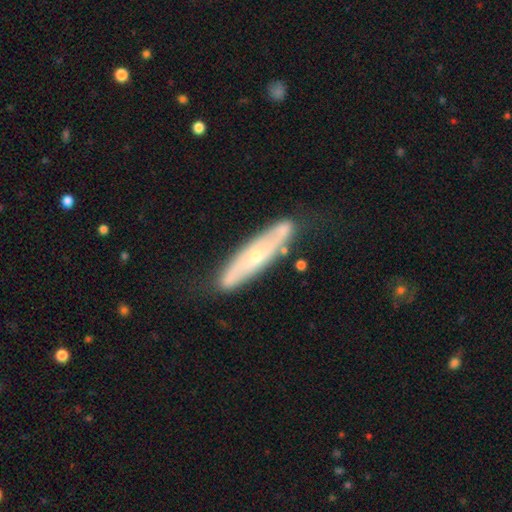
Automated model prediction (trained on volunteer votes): Smooth or featured? featured or disk (63%)
Edge-on disk? no (52%)
Merging? none (71%)